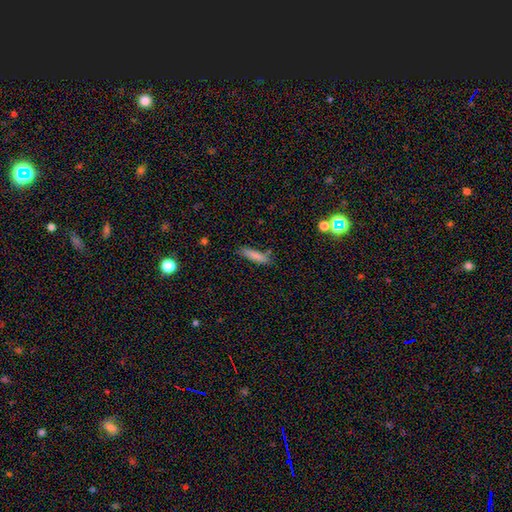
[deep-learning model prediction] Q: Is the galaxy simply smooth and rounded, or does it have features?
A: smooth — 82%.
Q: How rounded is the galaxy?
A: cigar-shaped — 77%.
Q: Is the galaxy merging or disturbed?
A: none — 79%.